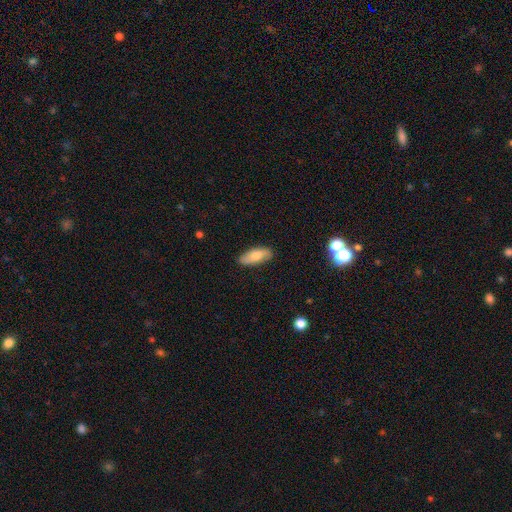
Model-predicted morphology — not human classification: type=smooth (73%); roundness=in between (78%); merging=none (85%).